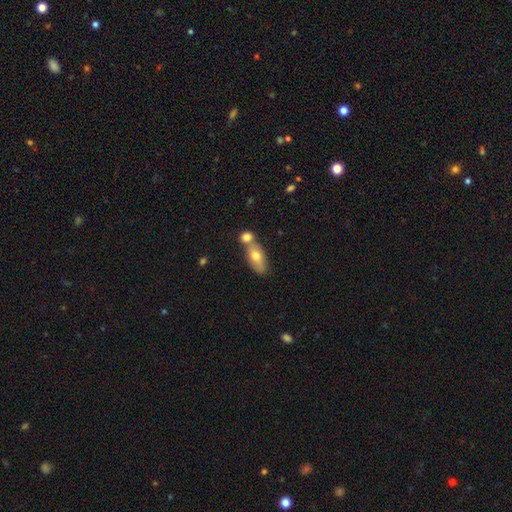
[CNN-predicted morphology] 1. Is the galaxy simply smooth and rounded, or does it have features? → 69% smooth, 24% featured or disk, 7% star or artifact.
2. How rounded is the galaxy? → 80% in between, 13% cigar-shaped, 7% round.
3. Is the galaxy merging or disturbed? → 43% merger (tied), 43% none (tied), 11% minor disturbance, 4% major disturbance.